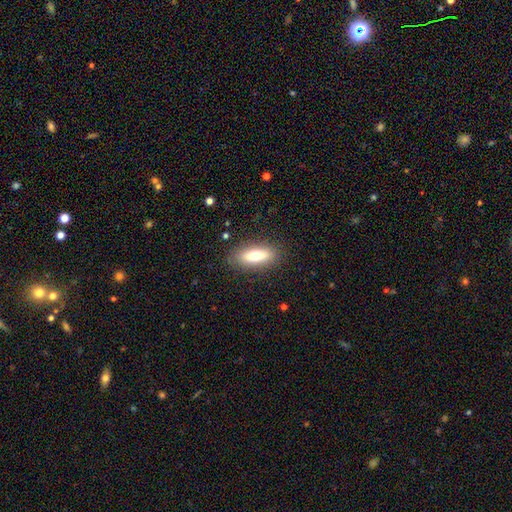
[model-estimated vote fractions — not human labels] A smooth galaxy with no disk features (72%) that is in between round and cigar-shaped (68%).

Vote fractions:
- Smooth or featured? smooth: 72% / featured or disk: 21% / star or artifact: 7%
- How rounded? in between: 68% / cigar-shaped: 30% / round: 3%
- Merging? none: 85% / minor disturbance: 10% / major disturbance: 3% / merger: 1%